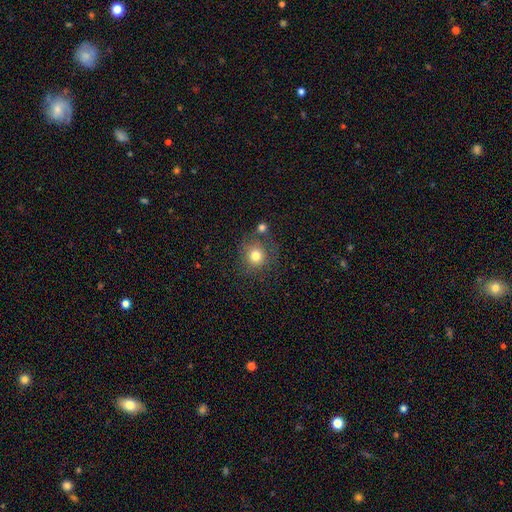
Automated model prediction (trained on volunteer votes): Q: Smooth or featured?
A: smooth (78%); runner-up: star or artifact (12%)
Q: How rounded?
A: round (90%); runner-up: in between (9%)
Q: Merging?
A: none (70%); runner-up: minor disturbance (14%)